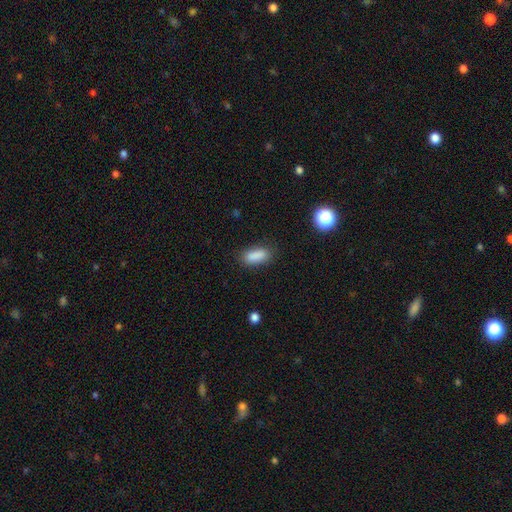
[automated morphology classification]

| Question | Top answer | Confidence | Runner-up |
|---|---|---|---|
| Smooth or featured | smooth | 87% | star or artifact (9%) |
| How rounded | in between | 79% | cigar-shaped (17%) |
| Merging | none | 83% | minor disturbance (12%) |